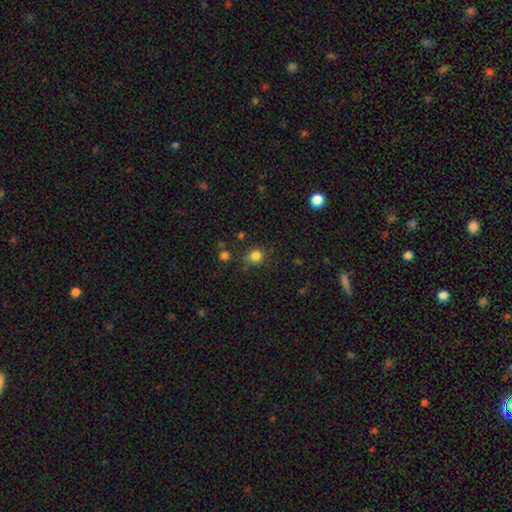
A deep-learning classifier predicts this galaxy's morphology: smooth-or-featured: smooth: 81% | star or artifact: 13% | featured or disk: 5%
  how-rounded: round: 84% | in between: 15% | cigar-shaped: 1%
  merging: none: 67% | minor disturbance: 21% | major disturbance: 8% | merger: 4%